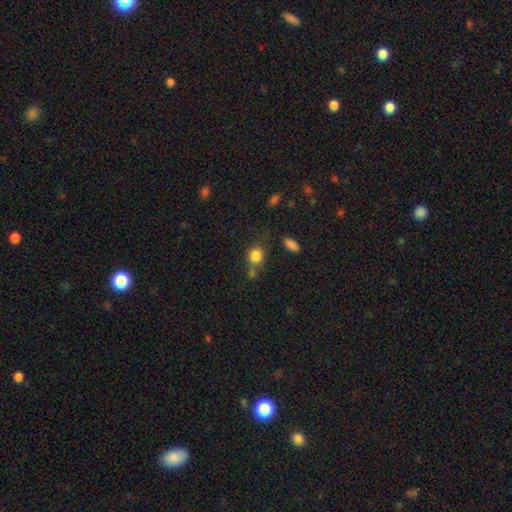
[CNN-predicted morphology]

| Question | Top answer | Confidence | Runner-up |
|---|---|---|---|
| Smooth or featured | smooth | 82% | star or artifact (11%) |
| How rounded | round | 67% | in between (31%) |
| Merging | none | 55% | minor disturbance (19%) |